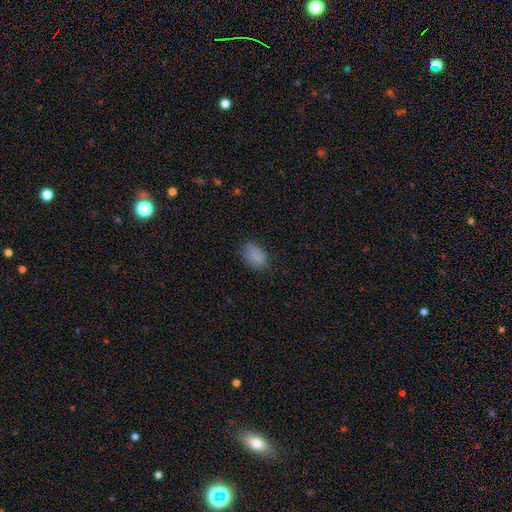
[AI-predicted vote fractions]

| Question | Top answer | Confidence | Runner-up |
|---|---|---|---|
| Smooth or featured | smooth | 83% | star or artifact (11%) |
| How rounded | in between | 88% | round (11%) |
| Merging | none | 74% | minor disturbance (19%) |